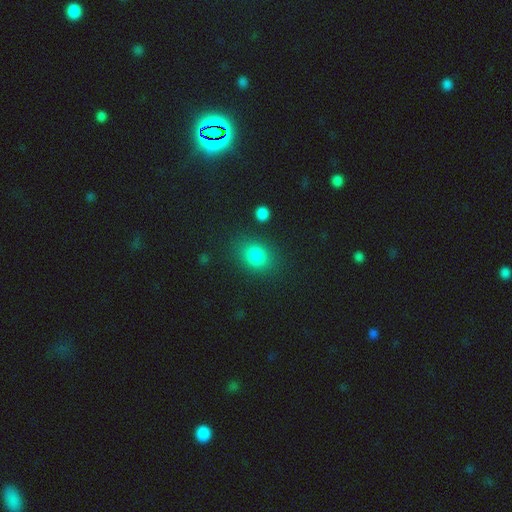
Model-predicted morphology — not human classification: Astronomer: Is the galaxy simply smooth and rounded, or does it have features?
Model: smooth — 82%.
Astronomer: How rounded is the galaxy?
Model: in between — 51% (runner-up: round, 48%).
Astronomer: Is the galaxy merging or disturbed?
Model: none — 80%.